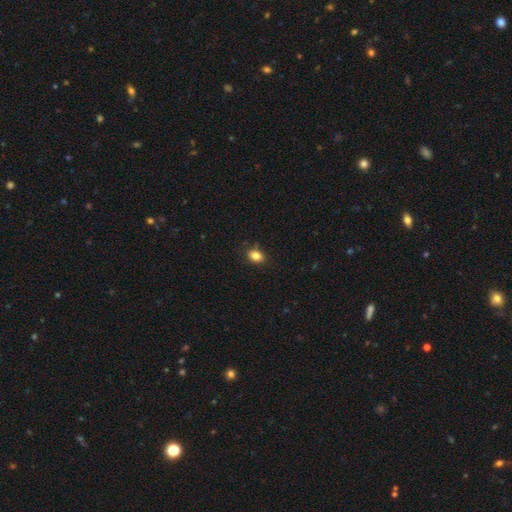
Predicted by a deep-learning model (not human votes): Smooth or featured: smooth — 84% (star or artifact — 10%)
How rounded: in between — 71% (round — 28%)
Merging: none — 84% (minor disturbance — 12%)